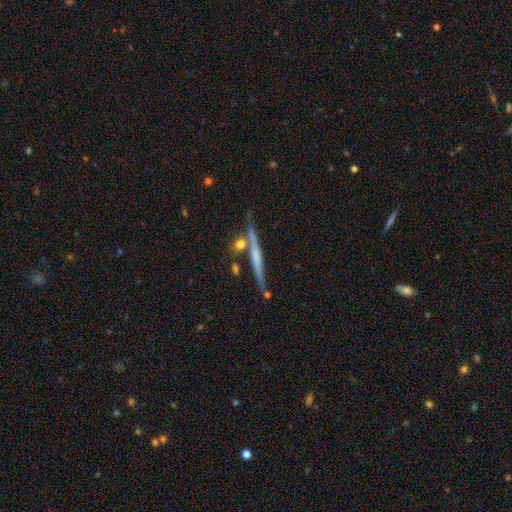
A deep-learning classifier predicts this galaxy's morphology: This appears to be a featured or disk galaxy (59%) viewed edge-on (96%) with no central bulge (66%). Merging: none (77%).